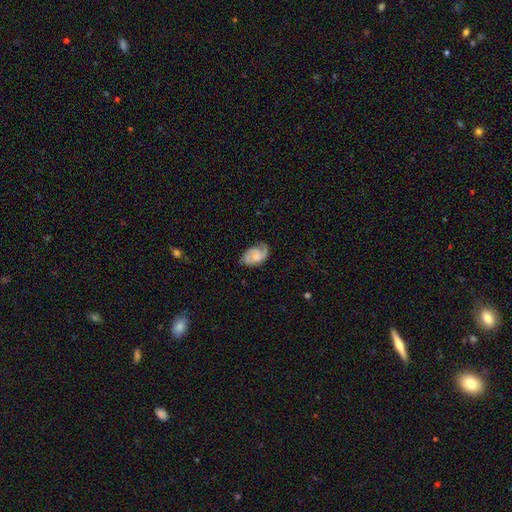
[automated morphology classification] smooth-or-featured: featured or disk: 67% | smooth: 25% | star or artifact: 7%
  disk-edge-on: no: 97% | yes: 3%
    bar: no: 63% | weak: 32% | strong: 5%
    has-spiral-arms: yes: 93% | no: 7%
      spiral-winding: medium: 44% | tight: 38% | loose: 19%
      spiral-arm-count: 2: 67% | can't tell: 12% | 1: 9% | 3: 8% | 4: 2% | more than 4: 2%
    bulge-size: none: 38% | small: 32% | moderate: 22% | large: 7% | dominant: 2%
  merging: none: 63% | minor disturbance: 24% | major disturbance: 11% | merger: 2%